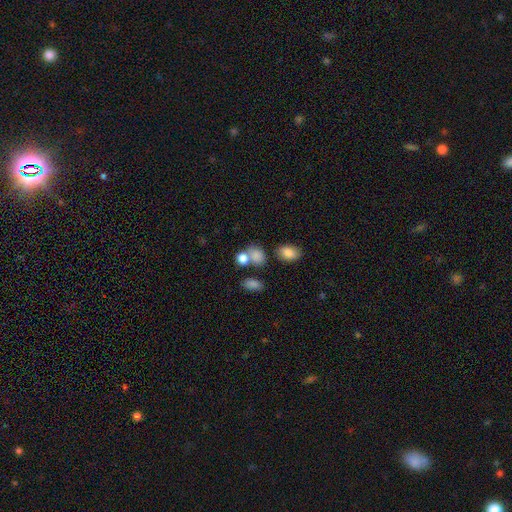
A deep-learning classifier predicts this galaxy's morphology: This appears to be a smooth galaxy with no disk features (81%) that is round (56%). Merging: none (48%).